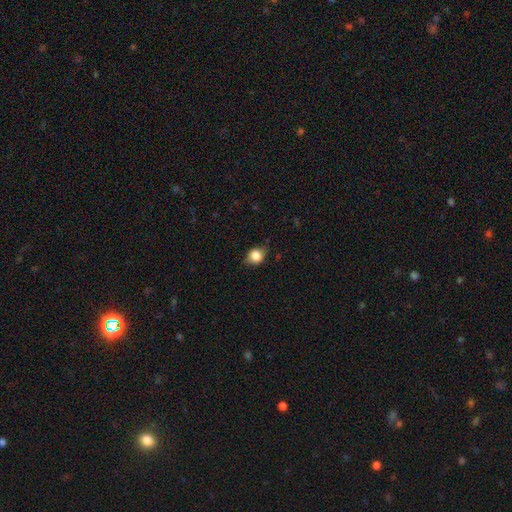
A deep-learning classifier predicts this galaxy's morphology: Smooth or featured? smooth (80%)
How rounded? round (60%)
Merging? none (69%)